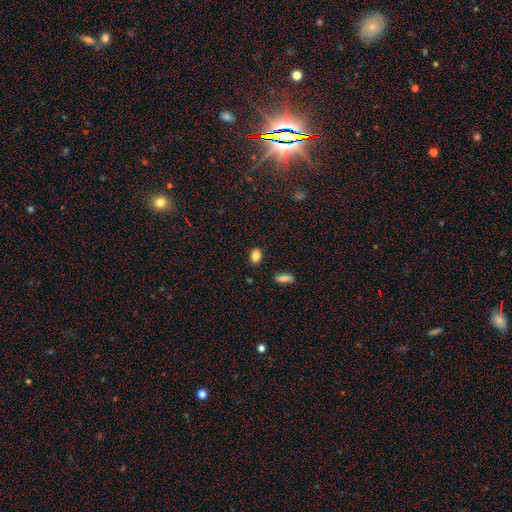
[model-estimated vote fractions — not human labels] Smooth or featured? smooth (84%)
How rounded? in between (78%)
Merging? none (86%)